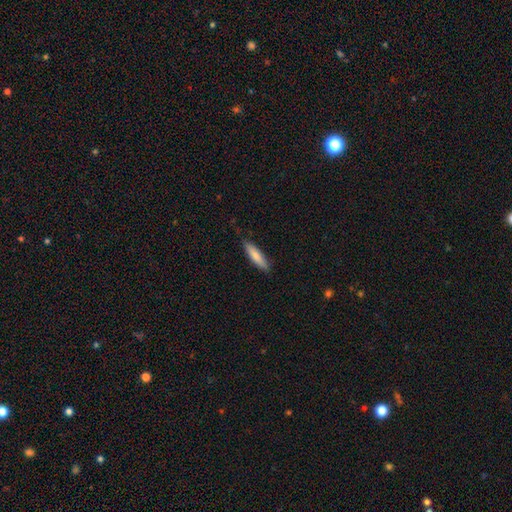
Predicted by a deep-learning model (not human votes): smooth-or-featured: smooth: 79% | featured or disk: 16% | star or artifact: 5%
  how-rounded: cigar-shaped: 76% | in between: 23% | round: 1%
  merging: none: 86% | minor disturbance: 11% | major disturbance: 2% | merger: 1%